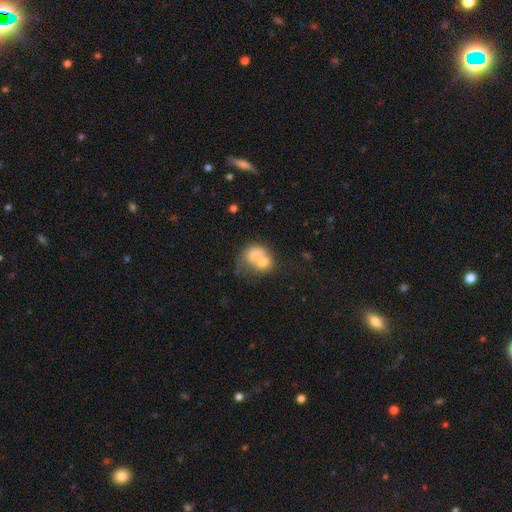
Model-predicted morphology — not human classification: Smooth or featured?
  - smooth: 67% *
  - featured or disk: 23%
  - star or artifact: 9%
How rounded?
  - round: 55% *
  - in between: 44%
  - cigar-shaped: 1%
Merging?
  - merger: 67% *
  - none: 18%
  - minor disturbance: 8%
  - major disturbance: 8%